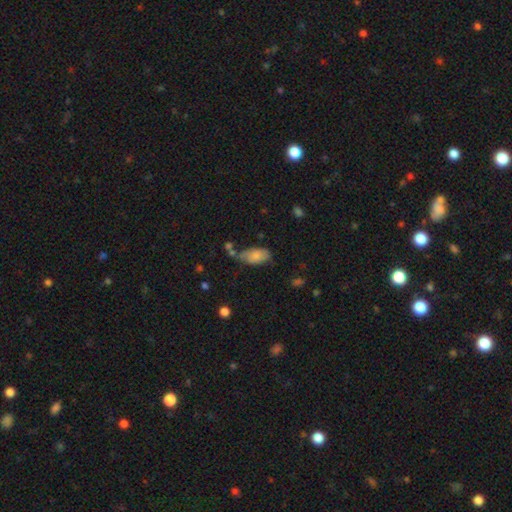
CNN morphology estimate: Q: Smooth or featured?
A: smooth (78%); runner-up: featured or disk (15%)
Q: How rounded?
A: in between (93%); runner-up: cigar-shaped (4%)
Q: Merging?
A: none (50%); runner-up: minor disturbance (31%)